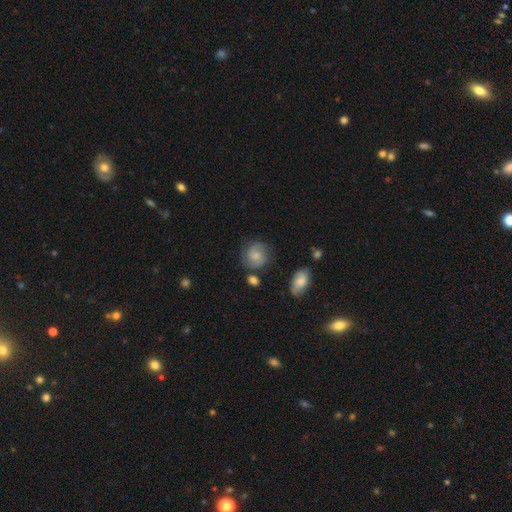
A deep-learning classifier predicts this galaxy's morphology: A smooth galaxy with no disk features (48%). Merging: none (69%).